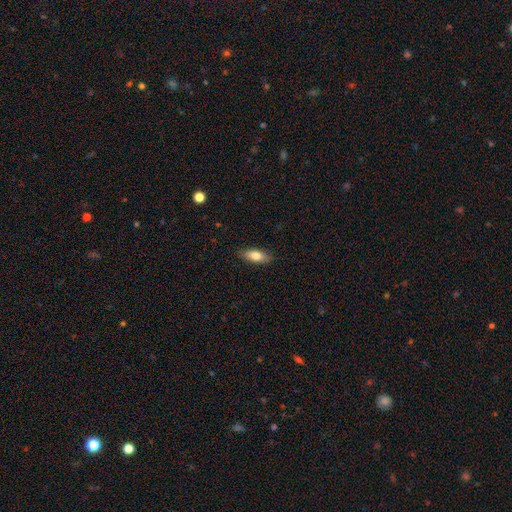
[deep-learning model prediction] smooth-or-featured: smooth: 77% | featured or disk: 17% | star or artifact: 6%
  how-rounded: in between: 76% | cigar-shaped: 22% | round: 3%
  merging: none: 87% | minor disturbance: 10% | major disturbance: 2% | merger: 1%